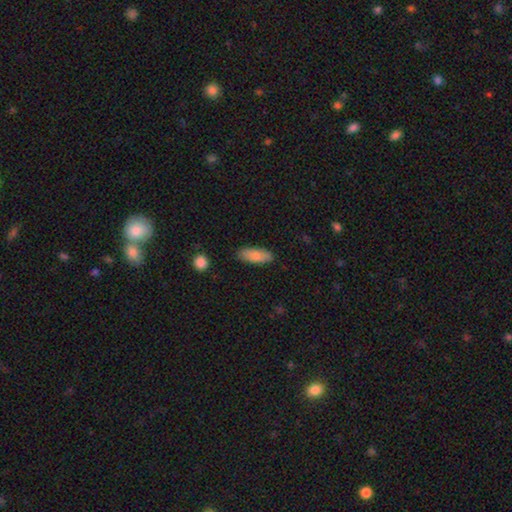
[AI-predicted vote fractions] Smooth or featured? smooth (83%)
How rounded? in between (75%)
Merging? none (85%)